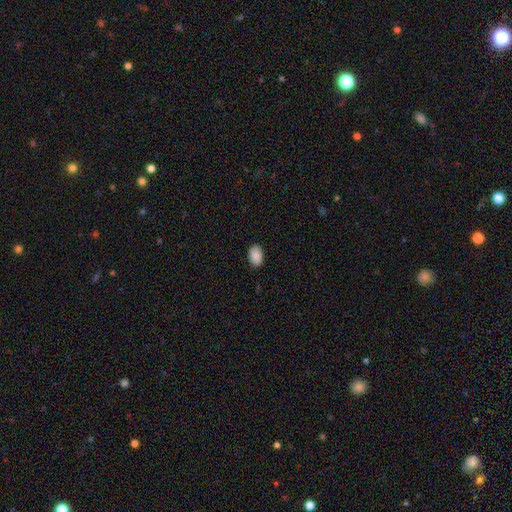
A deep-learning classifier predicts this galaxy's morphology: A smooth galaxy with no disk features (90%) that is in between round and cigar-shaped (87%). Merging: none (87%).